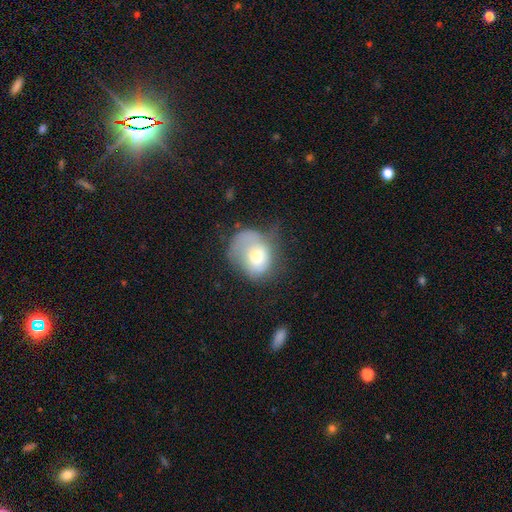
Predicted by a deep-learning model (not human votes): smooth 63%, featured or disk 28%, star or artifact 9%. Down the decision tree: how rounded — round (56%); merging — major disturbance (38%).